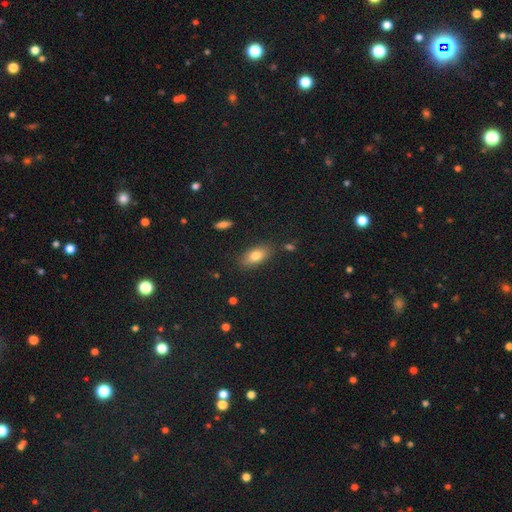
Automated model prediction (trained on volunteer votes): Smooth or featured: smooth — 80% (featured or disk — 12%)
How rounded: in between — 88% (cigar-shaped — 7%)
Merging: none — 84% (minor disturbance — 11%)